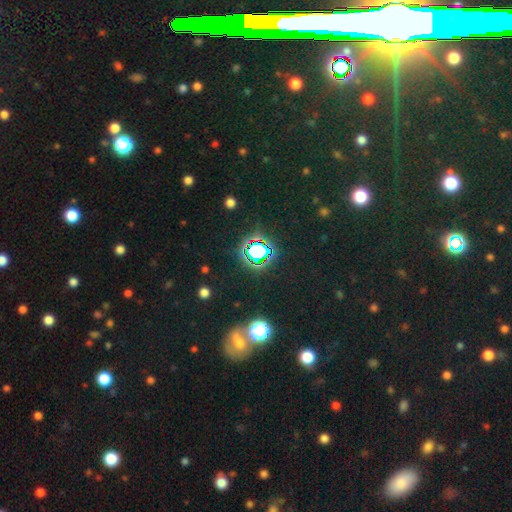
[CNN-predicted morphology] smooth-or-featured: star or artifact: 69% | smooth: 21% | featured or disk: 10%